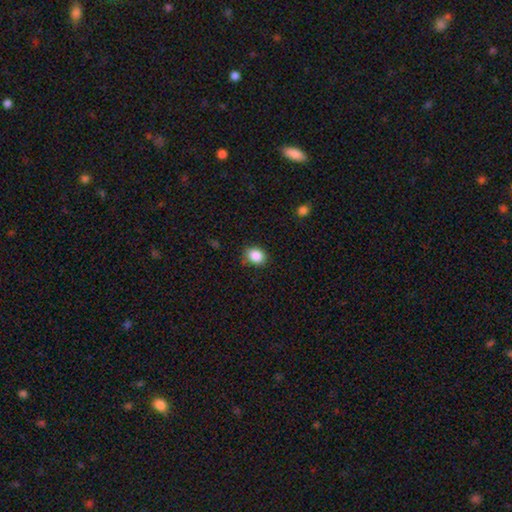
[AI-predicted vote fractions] smooth_or_featured: smooth (p=0.87) [alt: star or artifact p=0.09]
how_rounded: round (p=0.53) [alt: in between p=0.46]
merging: none (p=0.82) [alt: minor disturbance p=0.13]